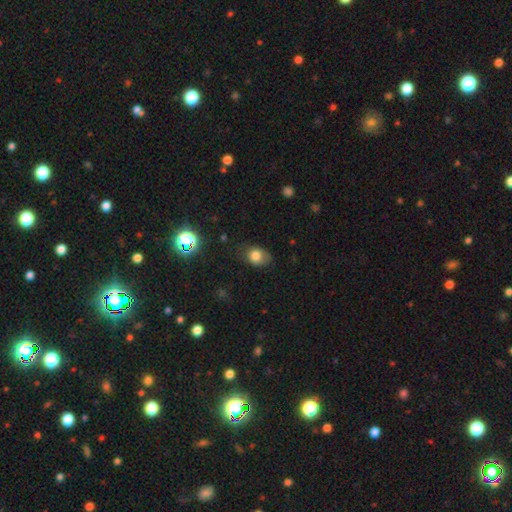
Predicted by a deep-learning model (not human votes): smooth 78%, star or artifact 12%, featured or disk 11%. Down the decision tree: how rounded — in between (62%); merging — none (63%).